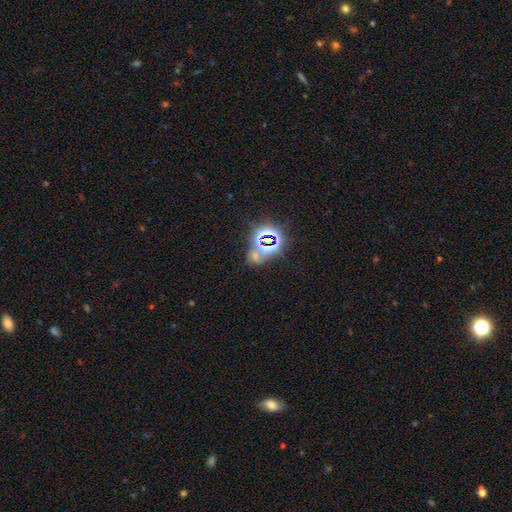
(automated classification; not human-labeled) Morphology: type=star or artifact (71%).